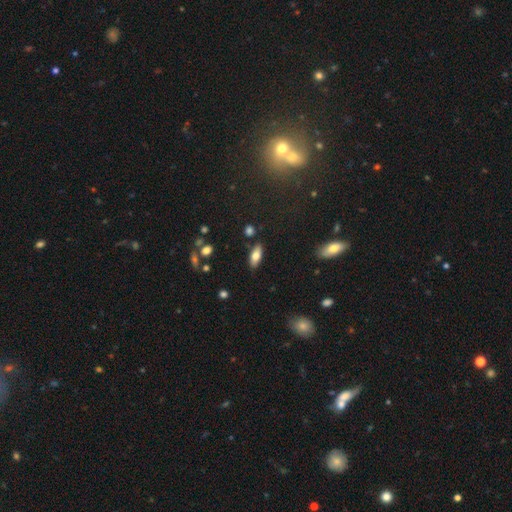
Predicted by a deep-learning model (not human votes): This is likely a smooth galaxy (73%). How rounded: likely in between (79%). Merging: clearly none (84%).